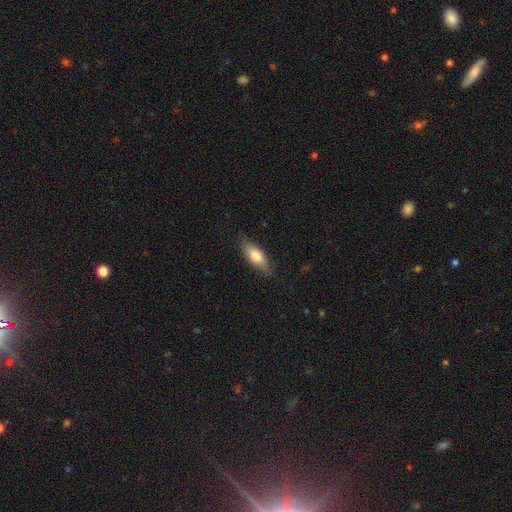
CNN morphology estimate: The model was most divided on "how rounded": in between: 70%, cigar-shaped: 28%, round: 2%. More confident: merging — none (82%); smooth or featured — smooth (76%).